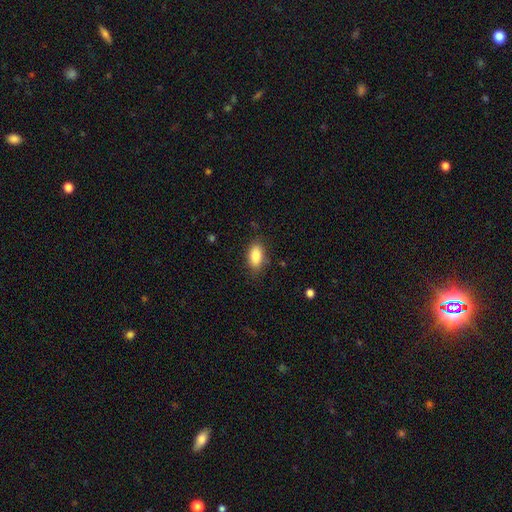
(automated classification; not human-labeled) Smooth or featured?
  - smooth: 86% *
  - star or artifact: 7%
  - featured or disk: 7%
How rounded?
  - in between: 89% *
  - cigar-shaped: 6%
  - round: 5%
Merging?
  - none: 81% *
  - minor disturbance: 14%
  - major disturbance: 4%
  - merger: 1%